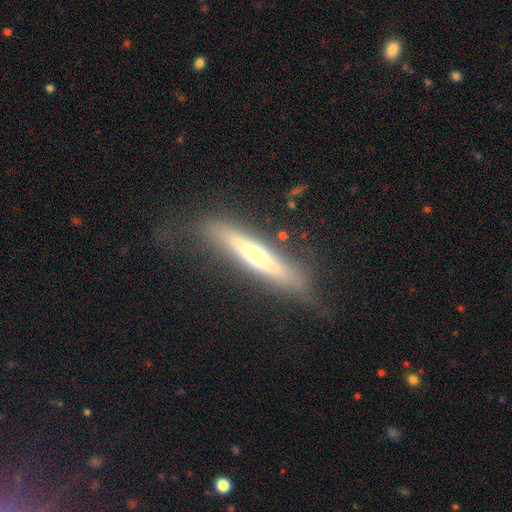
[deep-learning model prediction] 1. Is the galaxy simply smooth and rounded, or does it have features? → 50% featured or disk, 43% smooth, 7% star or artifact.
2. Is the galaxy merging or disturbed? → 75% none, 16% minor disturbance, 7% major disturbance, 2% merger.